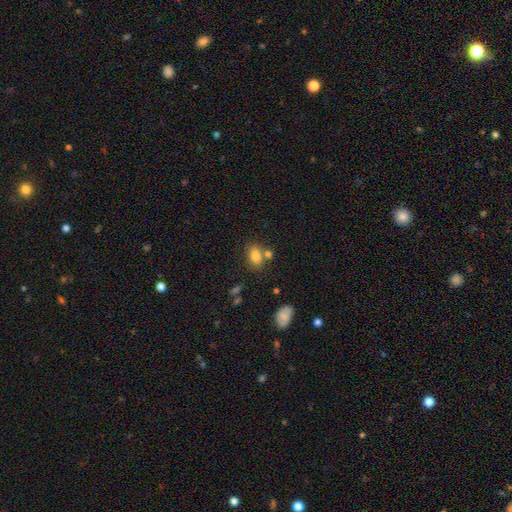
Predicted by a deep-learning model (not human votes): smooth_or_featured: smooth (p=0.82) [alt: star or artifact p=0.10]
how_rounded: in between (p=0.80) [alt: round p=0.18]
merging: none (p=0.61) [alt: merger p=0.21]